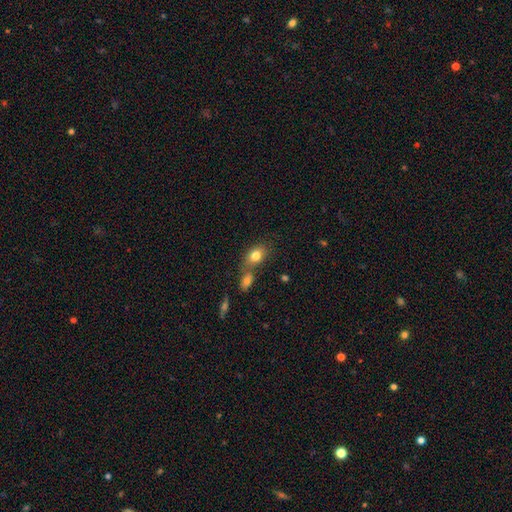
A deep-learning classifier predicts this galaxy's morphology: smooth 80%, featured or disk 11%, star or artifact 9%. Down the decision tree: how rounded — in between (74%); merging — none (49%).